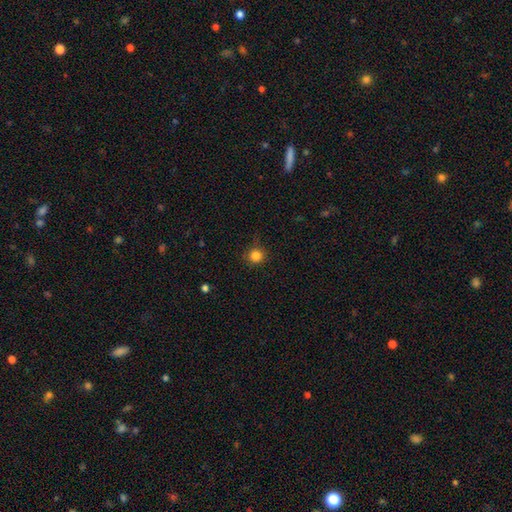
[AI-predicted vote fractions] Morphology: type=smooth (83%); roundness=round (93%); merging=none (82%).